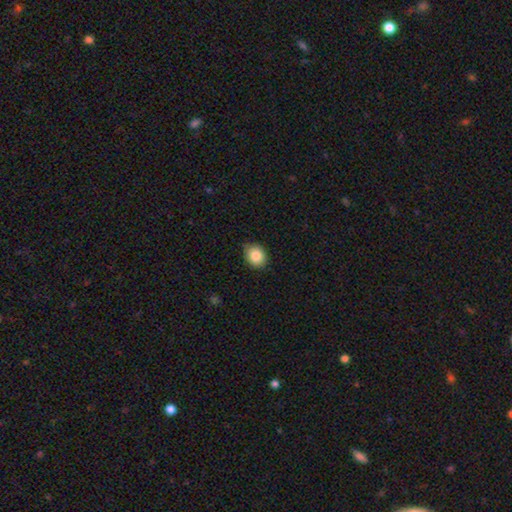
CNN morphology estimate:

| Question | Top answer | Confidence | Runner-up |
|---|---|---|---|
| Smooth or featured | smooth | 85% | star or artifact (9%) |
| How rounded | round | 63% | in between (36%) |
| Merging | none | 83% | minor disturbance (14%) |